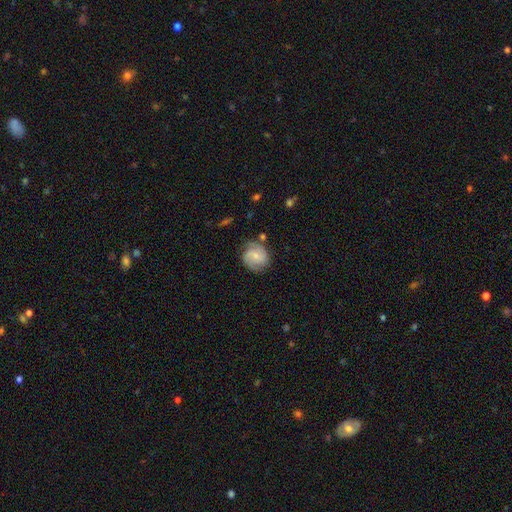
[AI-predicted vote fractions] A featured or disk galaxy (58%) with no bar (59%), 2 (49%) medium (42%) spiral arms (90%) and a small central bulge (64%).

Vote fractions:
- Smooth or featured? featured or disk: 58% / smooth: 35% / star or artifact: 7%
- Edge-on disk? no: 98% / yes: 2%
- Bar? no: 59% / weak: 35% / strong: 6%
- Spiral arms? yes: 90% / no: 10%
- Spiral winding? medium: 42% / tight: 40% / loose: 18%
- Spiral arm count? 2: 49% / can't tell: 21% / 3: 18% / 1: 5% / 4: 4% / more than 4: 3%
- Bulge size? small: 64% / moderate: 26% / none: 6% / large: 2% / dominant: 1%
- Merging? none: 70% / minor disturbance: 20% / major disturbance: 7% / merger: 3%